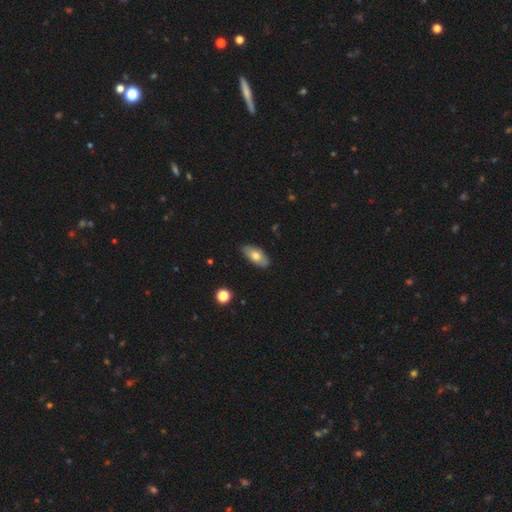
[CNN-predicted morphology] The model was most divided on "smooth or featured": smooth: 70%, featured or disk: 23%, star or artifact: 6%. More confident: how rounded — in between (92%); merging — none (84%).